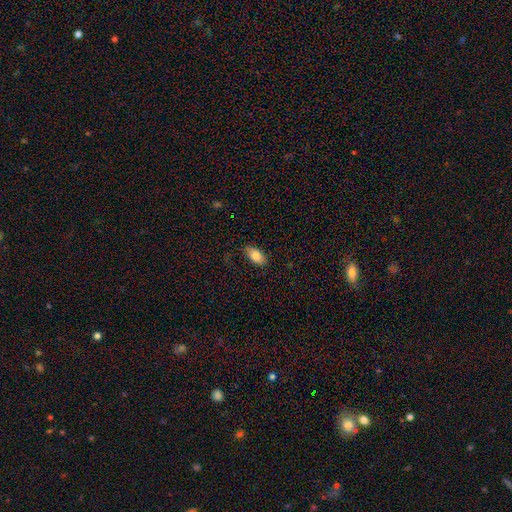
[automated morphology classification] Overall: smooth (83%). How rounded: in between (93%). Merging: none (80%).